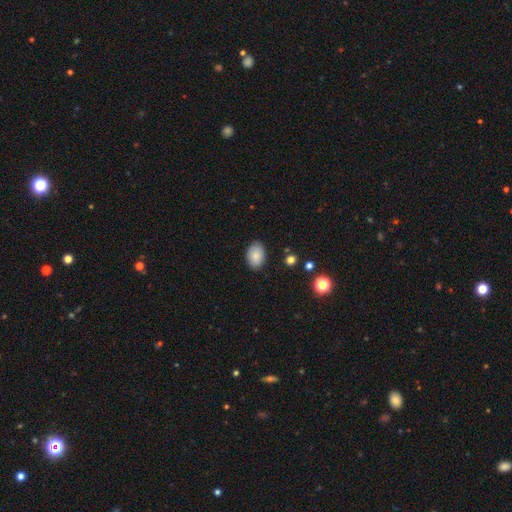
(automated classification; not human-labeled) smooth-or-featured: smooth: 84% | featured or disk: 8% | star or artifact: 8%
  how-rounded: in between: 85% | round: 14% | cigar-shaped: 1%
  merging: none: 85% | minor disturbance: 11% | major disturbance: 2% | merger: 1%